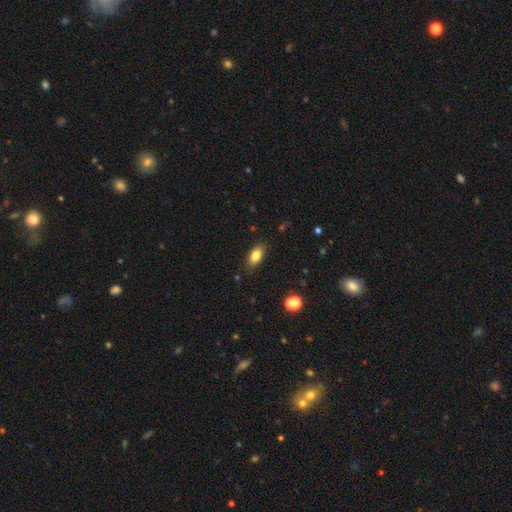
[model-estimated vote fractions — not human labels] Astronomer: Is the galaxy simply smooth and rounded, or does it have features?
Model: smooth — 82%.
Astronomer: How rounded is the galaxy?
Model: in between — 88%.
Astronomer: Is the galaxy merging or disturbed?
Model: none — 85%.